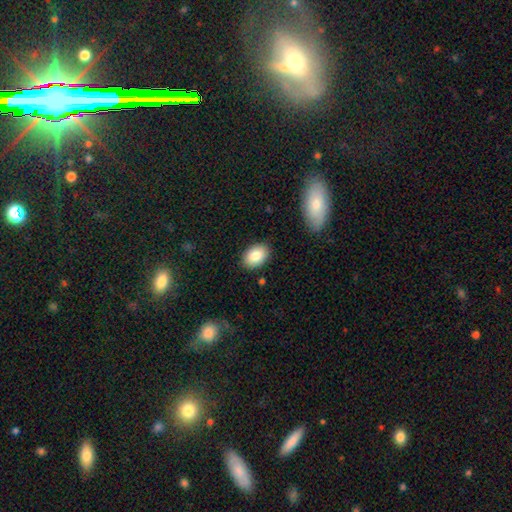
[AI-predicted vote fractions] A smooth galaxy with no disk features (84%) that is in between round and cigar-shaped (83%).

Vote fractions:
- Smooth or featured? smooth: 84% / featured or disk: 9% / star or artifact: 7%
- How rounded? in between: 83% / round: 16% / cigar-shaped: 1%
- Merging? none: 86% / minor disturbance: 10% / major disturbance: 2% / merger: 2%